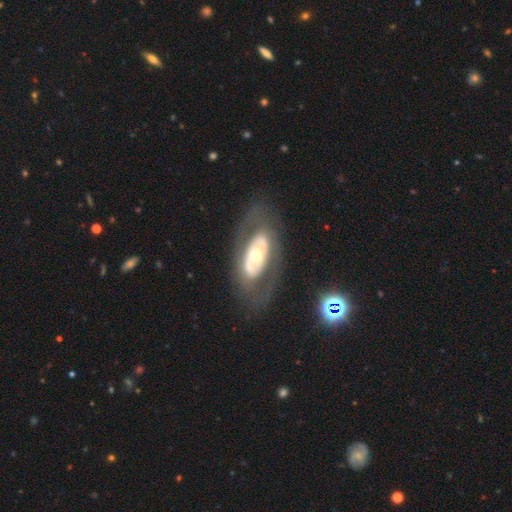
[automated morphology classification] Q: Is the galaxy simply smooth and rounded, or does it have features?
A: featured or disk — 67%.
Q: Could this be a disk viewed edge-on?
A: no — 90%.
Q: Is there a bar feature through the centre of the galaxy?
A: no — 80%.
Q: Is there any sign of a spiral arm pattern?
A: no — 77%.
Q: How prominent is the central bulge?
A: moderate — 65%.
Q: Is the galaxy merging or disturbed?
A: none — 74%.